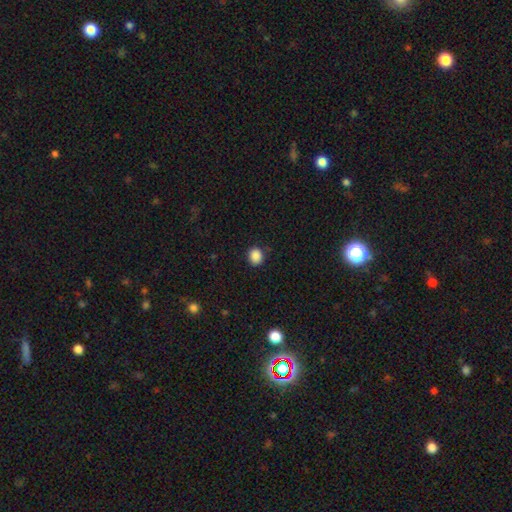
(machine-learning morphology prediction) A smooth galaxy with no disk features (87%) that is round (70%). Merging: none (86%).